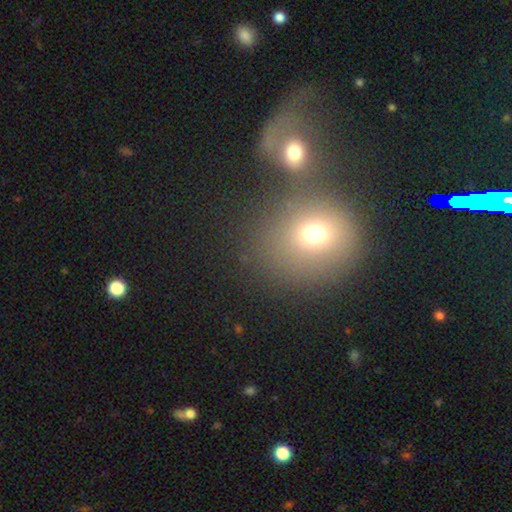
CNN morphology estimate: Q: Smooth or featured?
A: smooth (66%); runner-up: star or artifact (19%)
Q: How rounded?
A: round (76%); runner-up: in between (23%)
Q: Merging?
A: none (43%); runner-up: merger (39%)